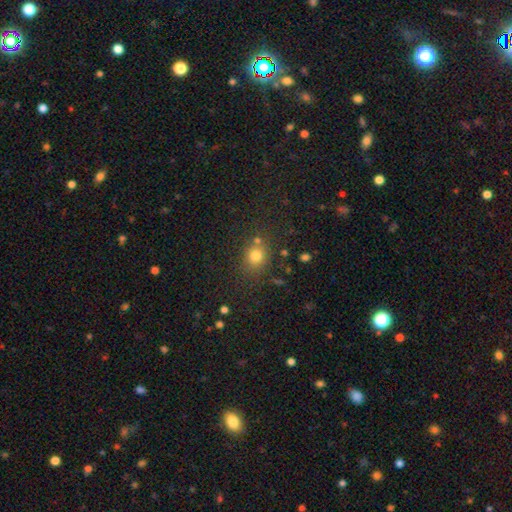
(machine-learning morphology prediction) Smooth or featured?
  - smooth: 77% *
  - star or artifact: 15%
  - featured or disk: 8%
How rounded?
  - round: 73% *
  - in between: 26%
  - cigar-shaped: 1%
Merging?
  - none: 70% *
  - minor disturbance: 13%
  - merger: 12%
  - major disturbance: 5%